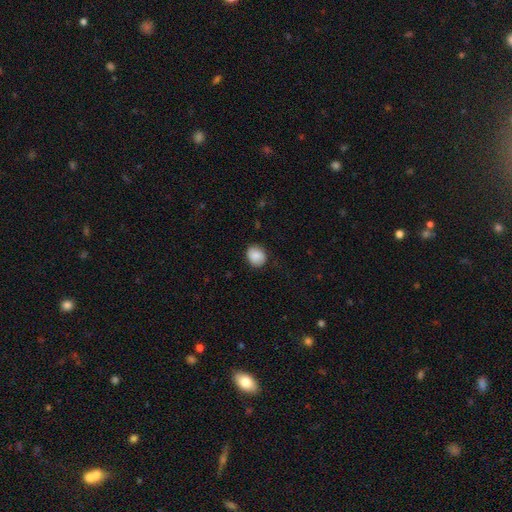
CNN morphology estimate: Q: Smooth or featured?
A: smooth (86%); runner-up: star or artifact (8%)
Q: How rounded?
A: round (62%); runner-up: in between (37%)
Q: Merging?
A: none (84%); runner-up: minor disturbance (12%)